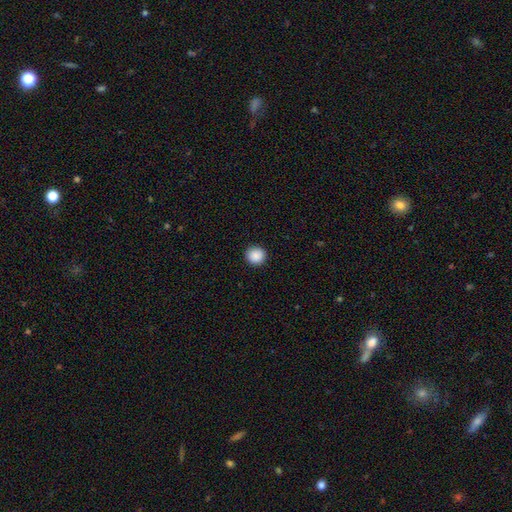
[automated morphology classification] smooth_or_featured: smooth (p=0.89) [alt: star or artifact p=0.08]
how_rounded: round (p=0.92) [alt: in between p=0.07]
merging: none (p=0.93) [alt: minor disturbance p=0.05]